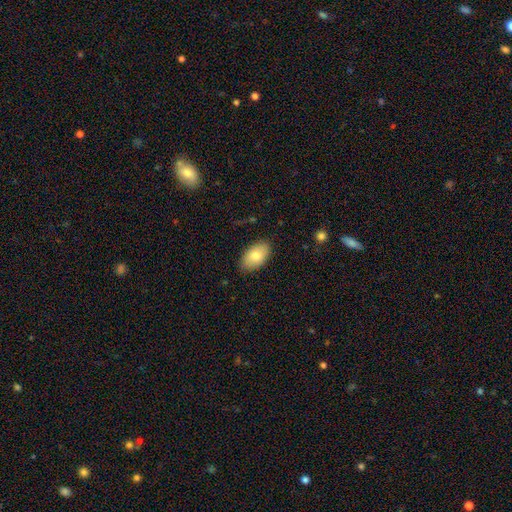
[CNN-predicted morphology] The model was most divided on "smooth or featured": smooth: 78%, featured or disk: 15%, star or artifact: 7%. More confident: how rounded — in between (93%); merging — none (85%).